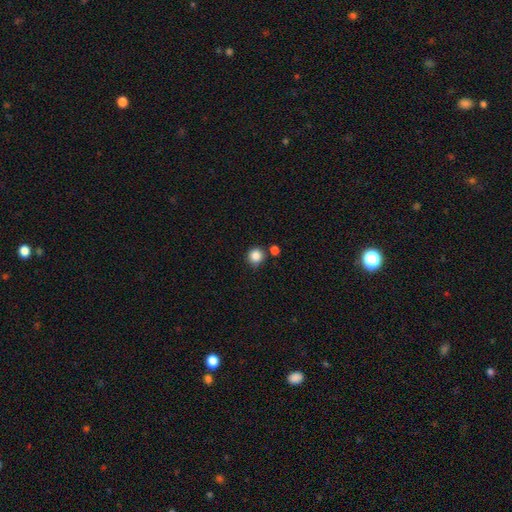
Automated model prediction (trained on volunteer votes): Q: Smooth or featured?
A: smooth (86%); runner-up: star or artifact (10%)
Q: How rounded?
A: round (93%); runner-up: in between (6%)
Q: Merging?
A: none (78%); runner-up: minor disturbance (11%)